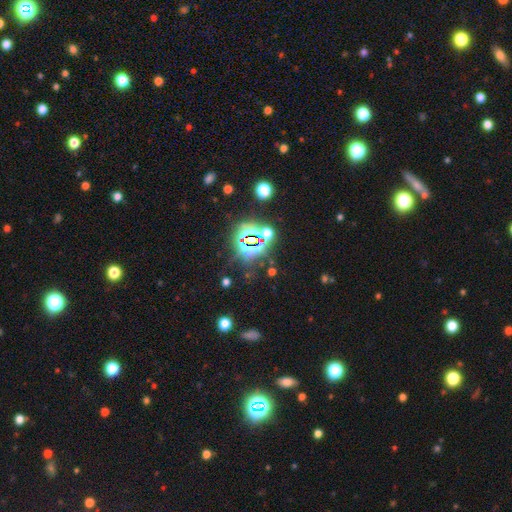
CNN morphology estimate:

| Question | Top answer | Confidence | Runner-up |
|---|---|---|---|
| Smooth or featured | star or artifact | 77% | smooth (16%) |